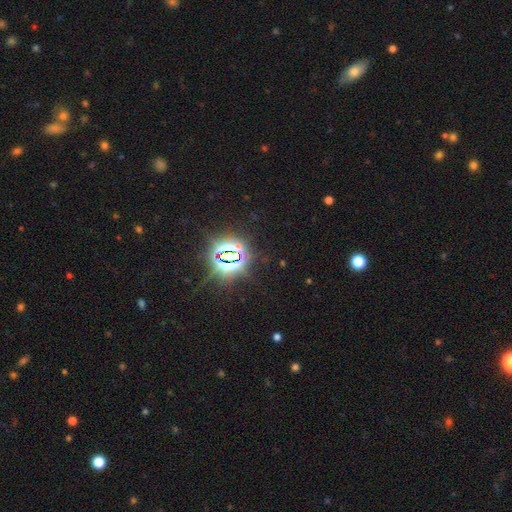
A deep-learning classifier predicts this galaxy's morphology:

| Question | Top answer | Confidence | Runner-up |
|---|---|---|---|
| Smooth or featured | star or artifact | 83% | smooth (11%) |